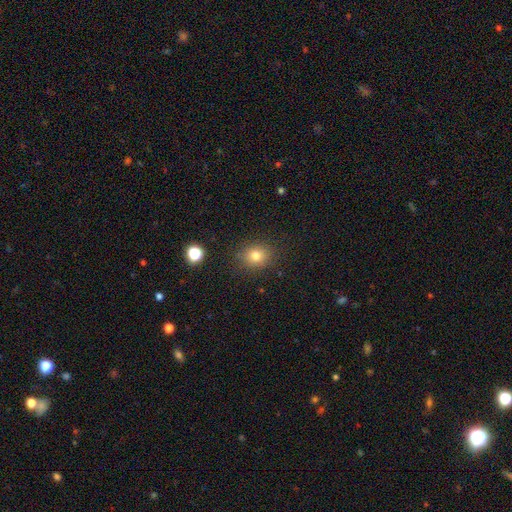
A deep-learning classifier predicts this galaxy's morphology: This appears to be a smooth galaxy with no disk features (78%) that is round (69%). Merging: none (86%).